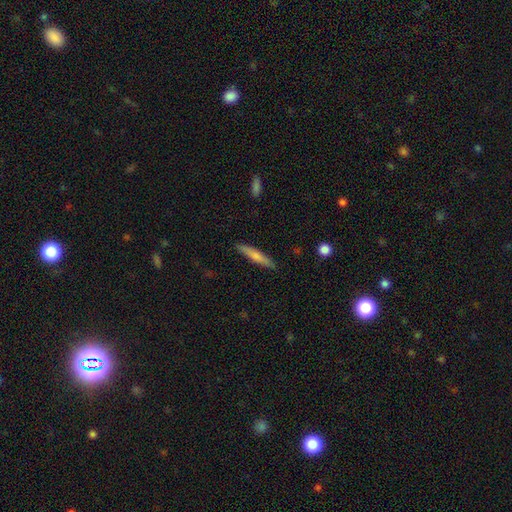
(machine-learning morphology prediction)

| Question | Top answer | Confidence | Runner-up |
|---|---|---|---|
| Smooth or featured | smooth | 70% | featured or disk (25%) |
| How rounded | cigar-shaped | 91% | in between (8%) |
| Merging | none | 89% | minor disturbance (8%) |